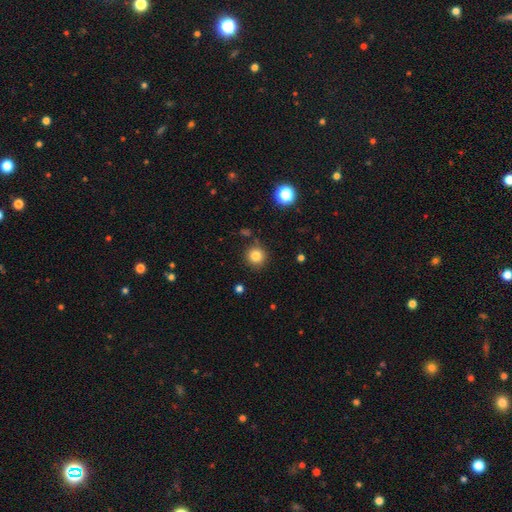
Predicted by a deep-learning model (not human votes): smooth 82%, star or artifact 12%, featured or disk 6%. Down the decision tree: how rounded — round (94%); merging — none (86%).